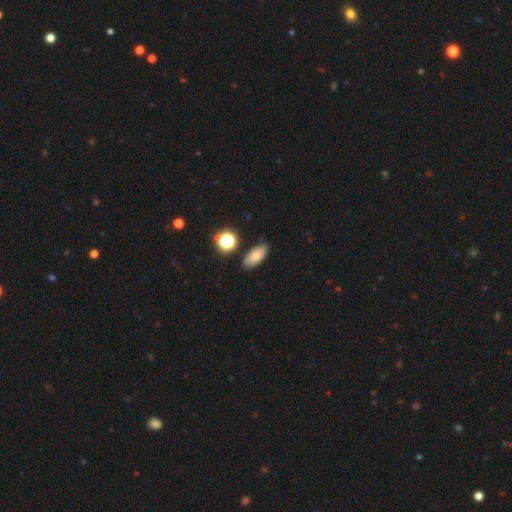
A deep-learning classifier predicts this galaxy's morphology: The model was most divided on "smooth or featured": smooth: 76%, featured or disk: 13%, star or artifact: 11%. More confident: how rounded — in between (83%); merging — none (82%).